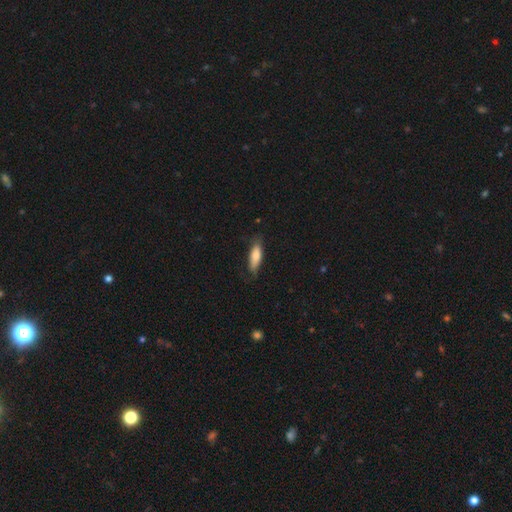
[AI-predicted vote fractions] smooth-or-featured: smooth: 77% | featured or disk: 17% | star or artifact: 6%
  how-rounded: in between: 54% | cigar-shaped: 44% | round: 2%
  merging: none: 73% | minor disturbance: 21% | major disturbance: 5% | merger: 1%